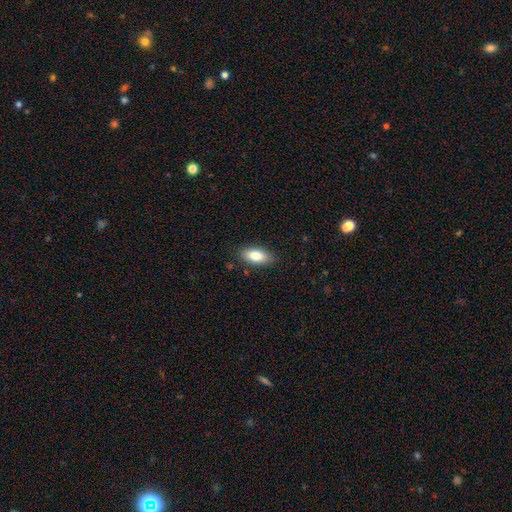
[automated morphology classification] Smooth or featured? smooth (82%)
How rounded? in between (88%)
Merging? none (85%)